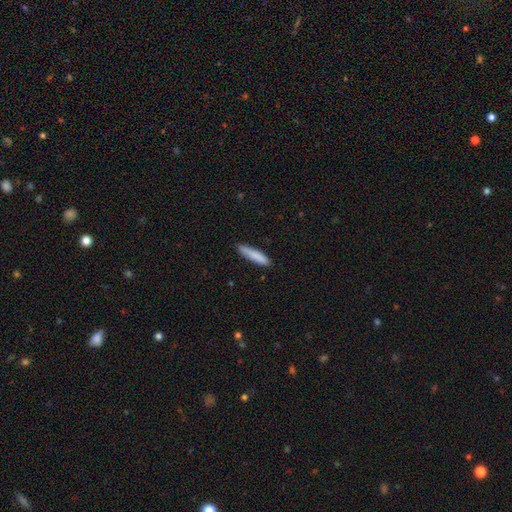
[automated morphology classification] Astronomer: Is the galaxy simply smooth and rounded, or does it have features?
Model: smooth — 85%.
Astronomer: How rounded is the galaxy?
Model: cigar-shaped — 85%.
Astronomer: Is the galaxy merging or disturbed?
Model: none — 82%.